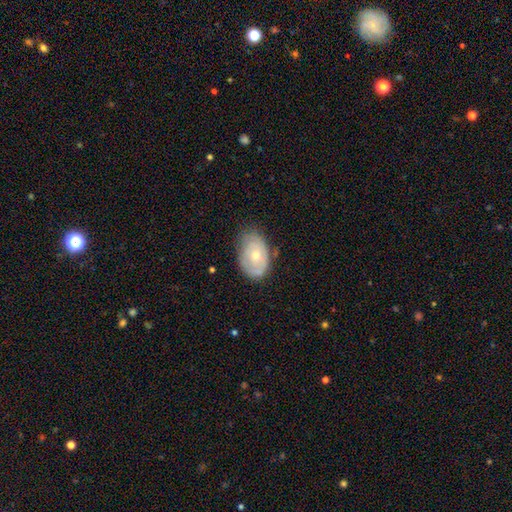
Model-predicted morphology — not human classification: Q: Smooth or featured?
A: featured or disk (48%); runner-up: smooth (45%)
Q: Merging?
A: none (66%); runner-up: minor disturbance (26%)